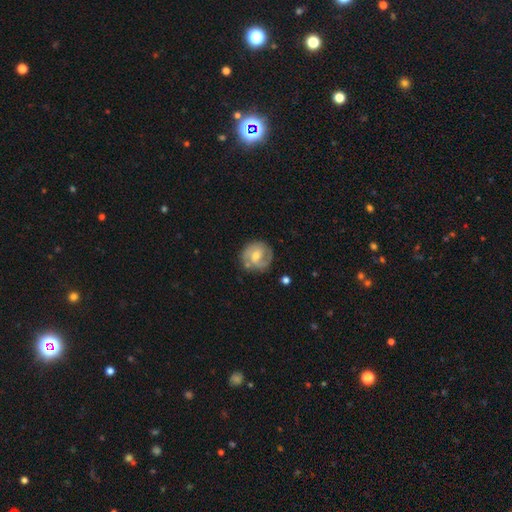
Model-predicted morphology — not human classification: Smooth or featured? Predicted: featured or disk (p=0.66). Edge-on disk? Predicted: no (p=0.97). Bar? Predicted: weak (p=0.49). Spiral arms? Predicted: yes (p=0.84). Spiral winding? Predicted: tight (p=0.46). Spiral arm count? Predicted: 2 (p=0.63). Bulge size? Predicted: moderate (p=0.62). Merging? Predicted: none (p=0.73).